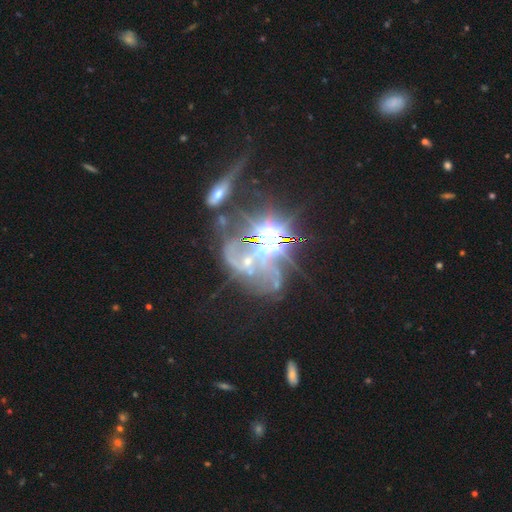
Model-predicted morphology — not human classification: type=featured or disk (52%); edge-on=no (88%); merging=merger (34%).